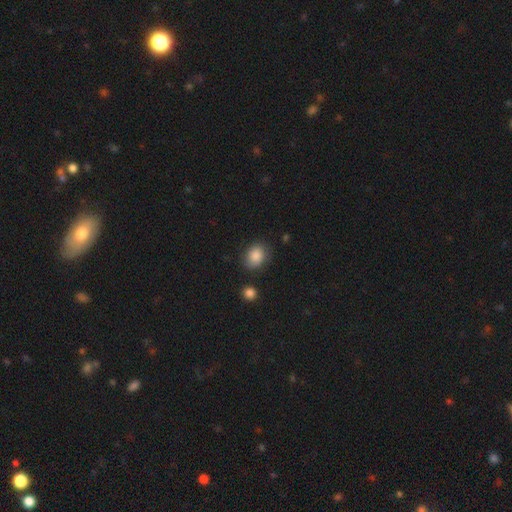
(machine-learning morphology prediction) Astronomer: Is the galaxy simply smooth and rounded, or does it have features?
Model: smooth — 86%.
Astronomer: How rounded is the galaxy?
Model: in between — 57% (runner-up: round, 42%).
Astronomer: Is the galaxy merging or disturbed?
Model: none — 78%.